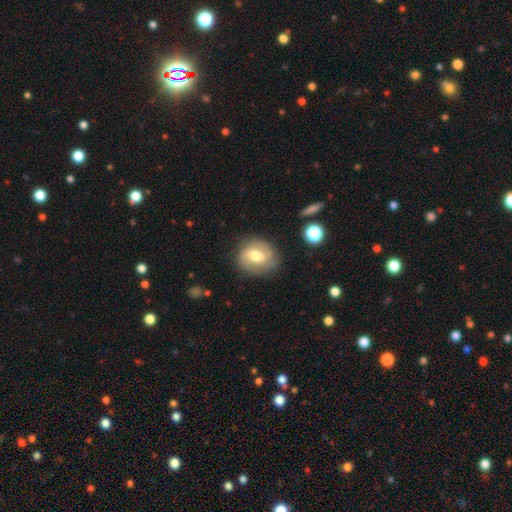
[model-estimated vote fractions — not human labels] The model was most divided on "bar": weak: 52%, no: 27%, strong: 21%. More confident: edge-on disk — no (97%); spiral arms — yes (83%); merging — none (77%); bulge size — moderate (70%); smooth or featured — featured or disk (60%).